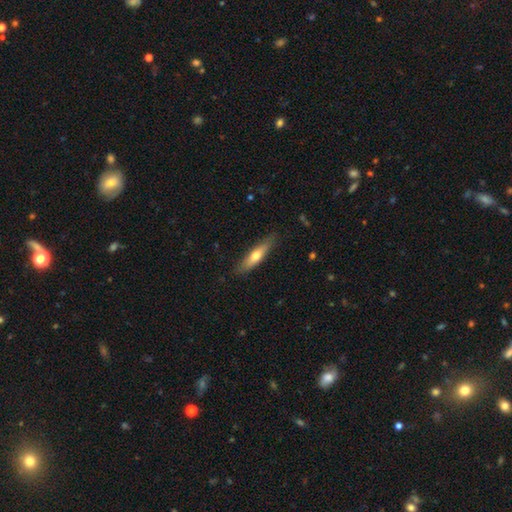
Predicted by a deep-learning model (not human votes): A smooth galaxy with no disk features (60%) that is cigar-shaped (73%).

Vote fractions:
- Smooth or featured? smooth: 60% / featured or disk: 35% / star or artifact: 6%
- How rounded? cigar-shaped: 73% / in between: 25% / round: 2%
- Merging? none: 83% / minor disturbance: 13% / major disturbance: 3% / merger: 1%